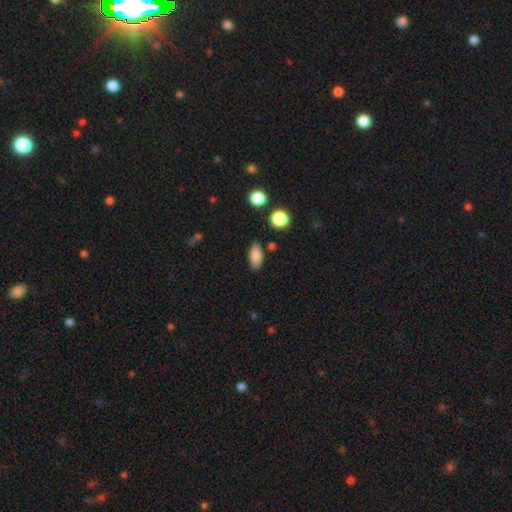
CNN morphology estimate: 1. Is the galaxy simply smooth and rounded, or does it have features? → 86% smooth, 8% star or artifact, 6% featured or disk.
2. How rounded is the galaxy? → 88% in between, 7% cigar-shaped, 4% round.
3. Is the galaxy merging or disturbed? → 84% none, 10% minor disturbance, 3% merger, 3% major disturbance.